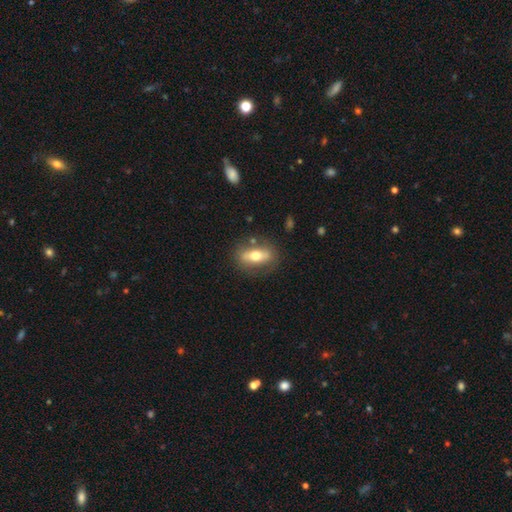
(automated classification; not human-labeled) Smooth or featured?
  - smooth: 53% *
  - featured or disk: 40%
  - star or artifact: 7%
How rounded?
  - in between: 71% *
  - cigar-shaped: 19%
  - round: 10%
Merging?
  - none: 78% *
  - minor disturbance: 14%
  - major disturbance: 5%
  - merger: 3%